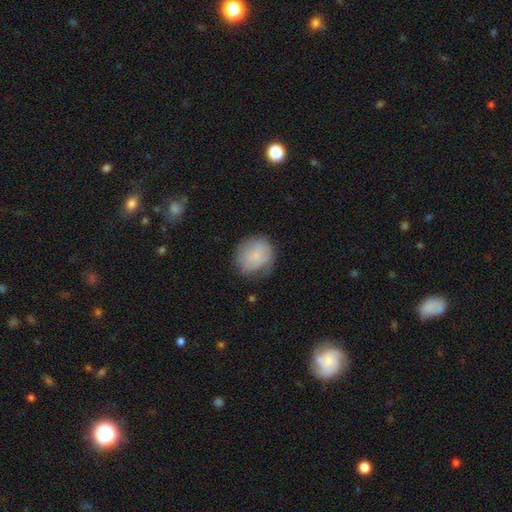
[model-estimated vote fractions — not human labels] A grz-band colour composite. It shows a smooth galaxy with no disk features (77%) that is round (77%). Merging: none (64%).